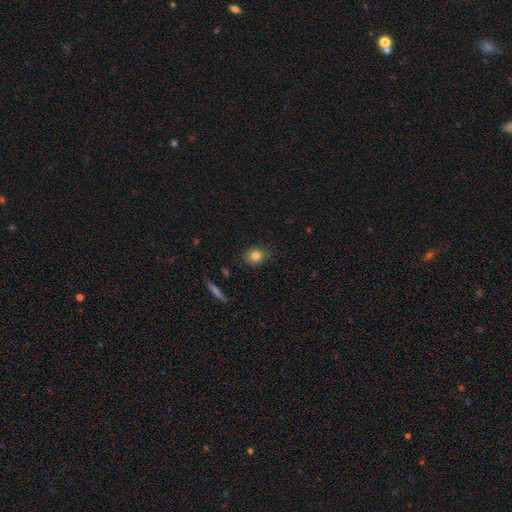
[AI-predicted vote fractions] Morphology: type=smooth (81%); roundness=round (52%); merging=none (84%).